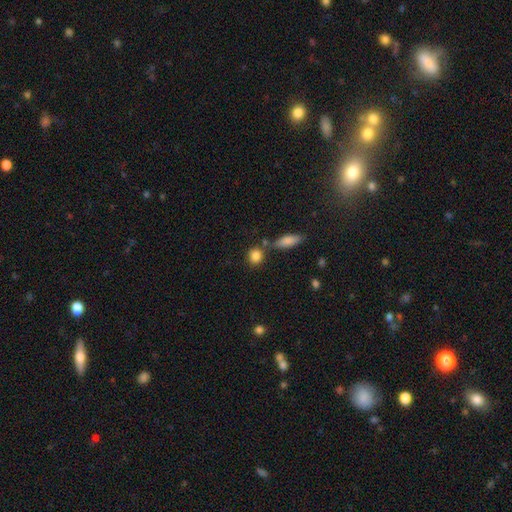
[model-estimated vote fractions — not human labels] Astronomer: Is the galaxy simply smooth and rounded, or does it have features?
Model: smooth — 84%.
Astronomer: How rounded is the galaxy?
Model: round — 72%.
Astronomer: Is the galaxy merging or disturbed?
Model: none — 69%.